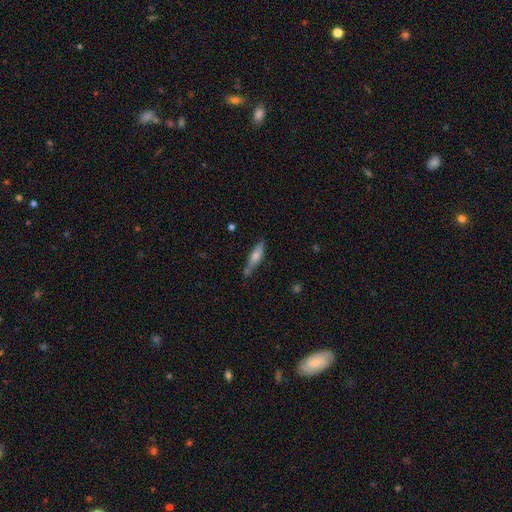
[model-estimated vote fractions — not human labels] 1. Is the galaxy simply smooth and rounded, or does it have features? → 48% smooth, 44% featured or disk, 8% star or artifact.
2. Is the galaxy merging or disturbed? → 71% none, 20% minor disturbance, 5% merger, 4% major disturbance.